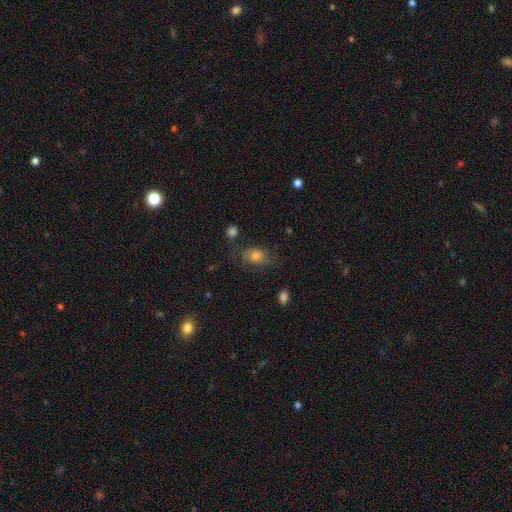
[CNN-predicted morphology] Smooth or featured: smooth — 68% (featured or disk — 21%)
How rounded: in between — 72% (round — 26%)
Merging: none — 59% (minor disturbance — 25%)